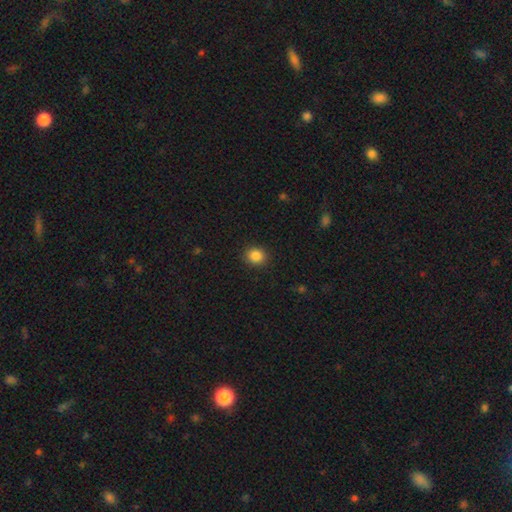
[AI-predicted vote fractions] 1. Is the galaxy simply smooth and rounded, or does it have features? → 86% smooth, 10% star or artifact, 4% featured or disk.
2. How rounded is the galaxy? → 81% round, 18% in between, 1% cigar-shaped.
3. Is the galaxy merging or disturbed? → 91% none, 6% minor disturbance, 2% major disturbance, 1% merger.